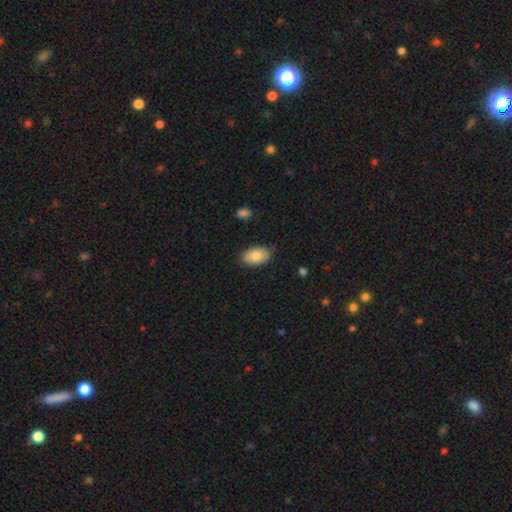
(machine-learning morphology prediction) Smooth or featured?
  - smooth: 83% *
  - featured or disk: 11%
  - star or artifact: 6%
How rounded?
  - in between: 93% *
  - round: 6%
  - cigar-shaped: 1%
Merging?
  - none: 84% *
  - minor disturbance: 13%
  - major disturbance: 2%
  - merger: 1%